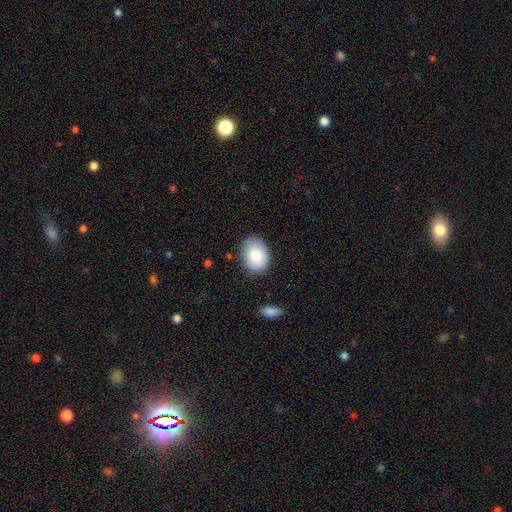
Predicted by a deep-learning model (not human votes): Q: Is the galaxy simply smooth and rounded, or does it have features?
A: smooth — 83%.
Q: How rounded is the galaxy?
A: in between — 74%.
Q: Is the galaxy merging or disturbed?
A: none — 81%.